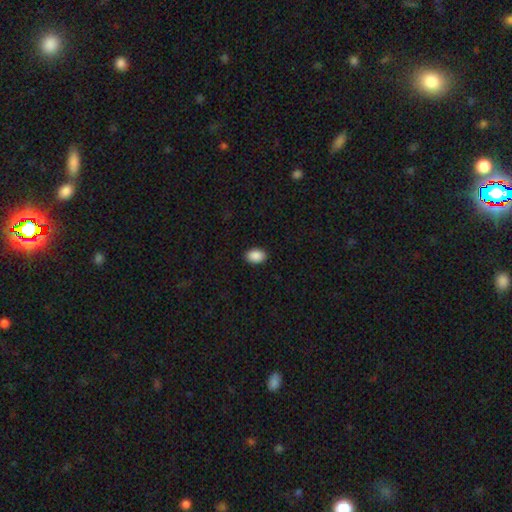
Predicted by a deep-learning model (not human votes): smooth-or-featured: smooth: 90% | star or artifact: 8% | featured or disk: 2%
  how-rounded: in between: 85% | round: 14% | cigar-shaped: 1%
  merging: none: 91% | minor disturbance: 7% | major disturbance: 2% | merger: 1%